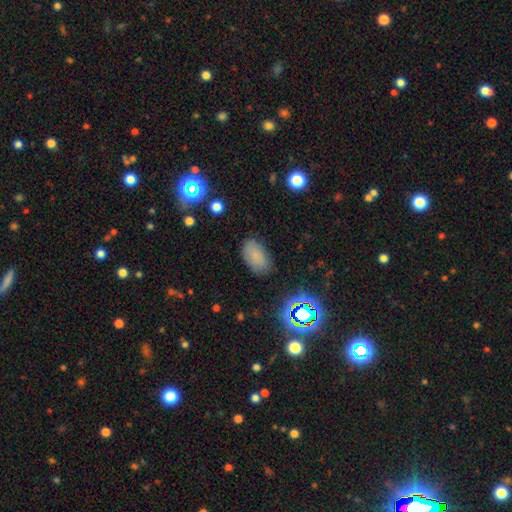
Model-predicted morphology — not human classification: The model was most divided on "smooth or featured": smooth: 79%, star or artifact: 14%, featured or disk: 7%. More confident: how rounded — in between (93%); merging — none (82%).